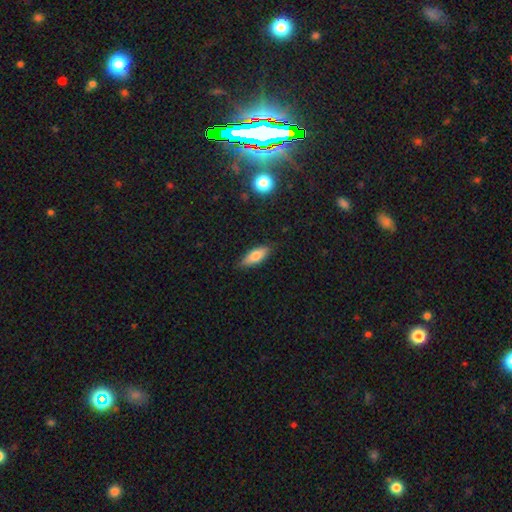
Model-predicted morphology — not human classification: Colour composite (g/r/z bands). It shows a smooth galaxy with no disk features (76%) that is in between round and cigar-shaped (68%). Merging: none (83%).